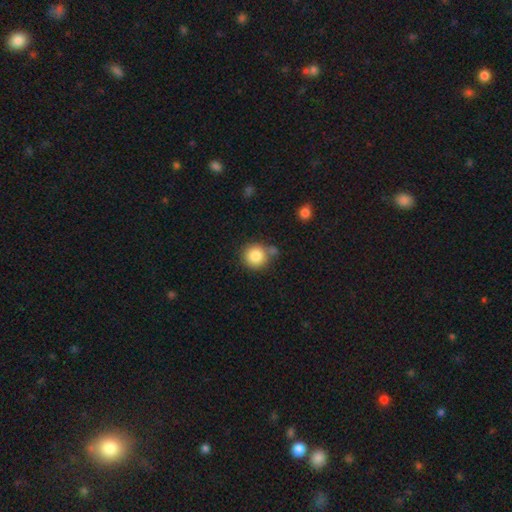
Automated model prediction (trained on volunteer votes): Overall: smooth (85%). How rounded: round (93%). Merging: none (69%).